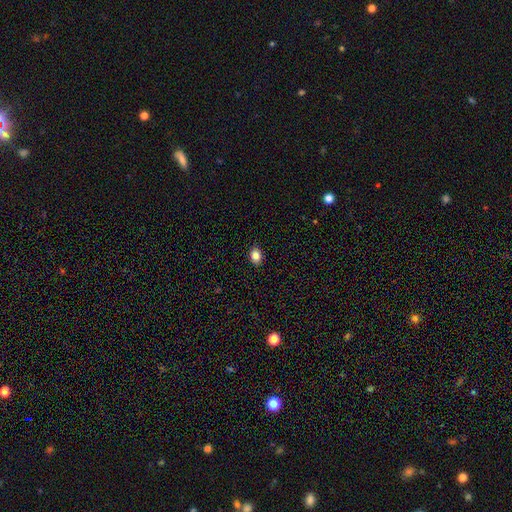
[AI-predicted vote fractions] Smooth or featured? Predicted: smooth (p=0.84). How rounded? Predicted: in between (p=0.60). Merging? Predicted: none (p=0.89).